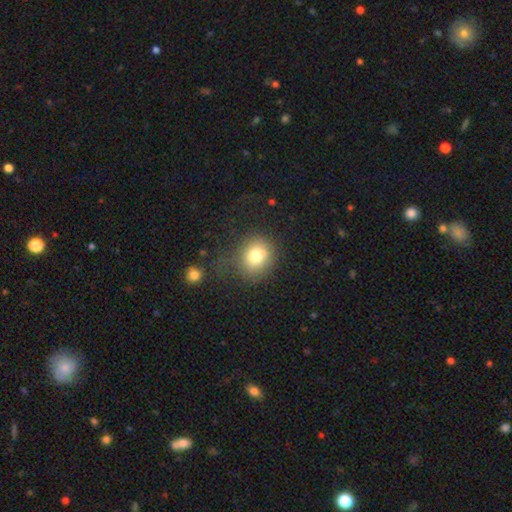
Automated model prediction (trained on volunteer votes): Smooth or featured? smooth (74%)
How rounded? round (75%)
Merging? none (57%)